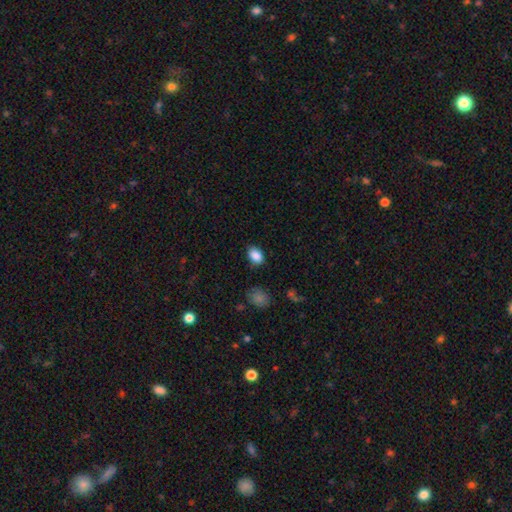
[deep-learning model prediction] Smooth or featured: smooth — 88% (star or artifact — 9%)
How rounded: in between — 78% (round — 21%)
Merging: none — 80% (minor disturbance — 15%)